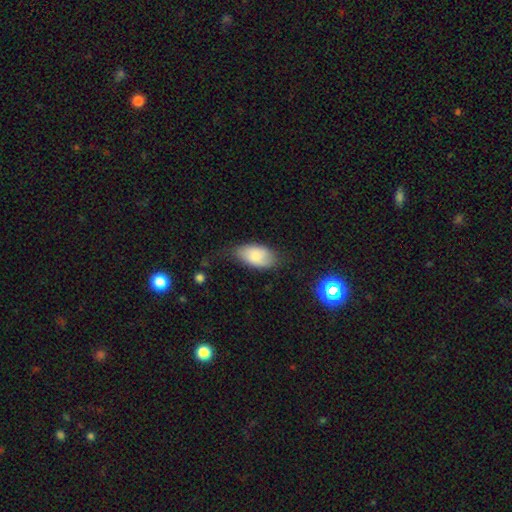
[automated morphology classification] A smooth galaxy with no disk features (80%) that is in between round and cigar-shaped (94%). Merging: none (62%).